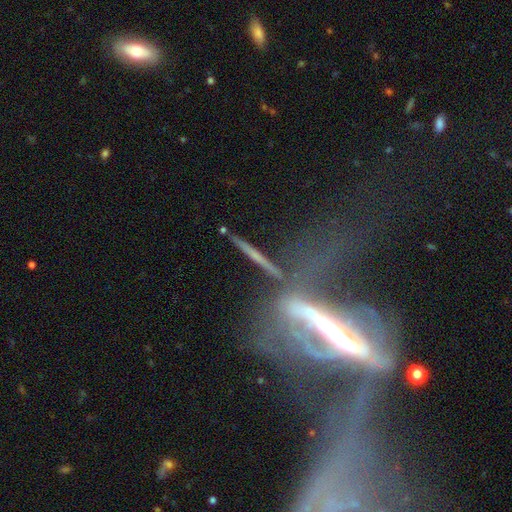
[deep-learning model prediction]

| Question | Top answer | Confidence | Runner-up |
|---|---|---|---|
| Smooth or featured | featured or disk | 56% | smooth (33%) |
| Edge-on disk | yes | 86% | no (14%) |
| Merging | none | 72% | minor disturbance (12%) |